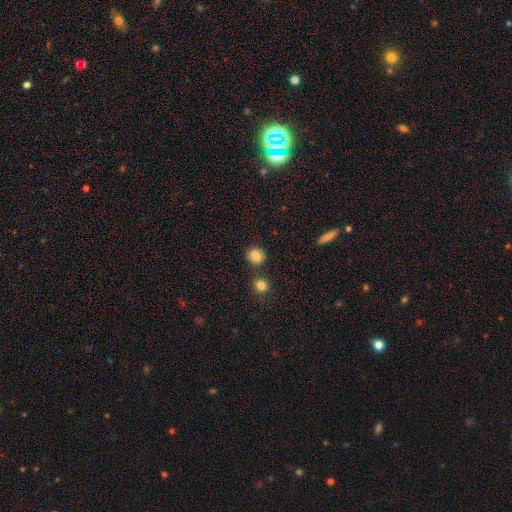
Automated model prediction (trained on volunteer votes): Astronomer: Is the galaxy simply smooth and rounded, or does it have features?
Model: smooth — 84%.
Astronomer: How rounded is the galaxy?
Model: round — 76%.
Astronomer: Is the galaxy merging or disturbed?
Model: none — 79%.